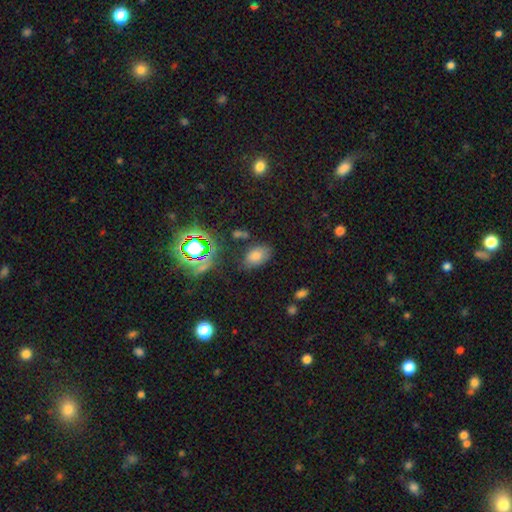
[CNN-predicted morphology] type=smooth (64%); roundness=in between (86%); merging=none (79%).